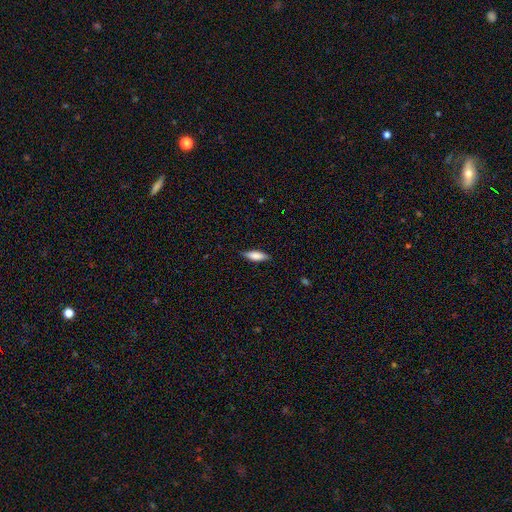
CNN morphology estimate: Overall: smooth (80%). How rounded: in between (56%; cigar-shaped 42%). Merging: none (85%).